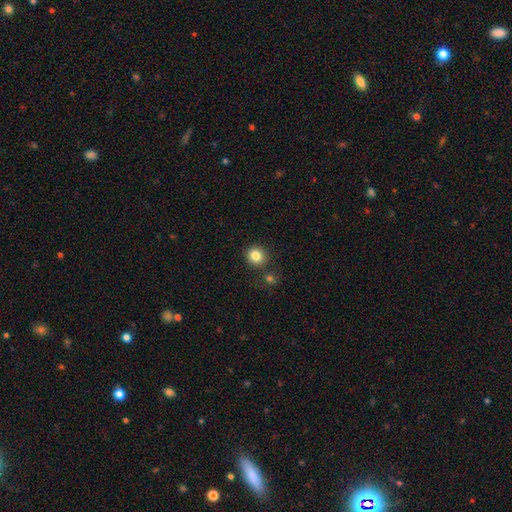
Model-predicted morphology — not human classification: Smooth or featured?
  - smooth: 84% *
  - star or artifact: 11%
  - featured or disk: 5%
How rounded?
  - round: 88% *
  - in between: 11%
  - cigar-shaped: 1%
Merging?
  - none: 83% *
  - minor disturbance: 8%
  - merger: 7%
  - major disturbance: 2%